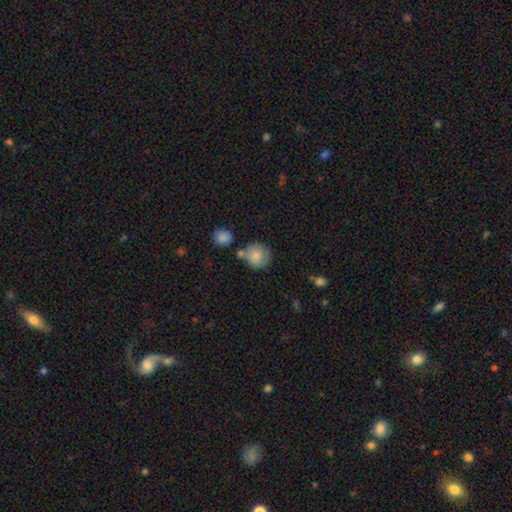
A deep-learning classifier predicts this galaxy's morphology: smooth_or_featured: smooth (p=0.83) [alt: featured or disk p=0.09]
how_rounded: round (p=0.88) [alt: in between p=0.11]
merging: none (p=0.60) [alt: merger p=0.18]